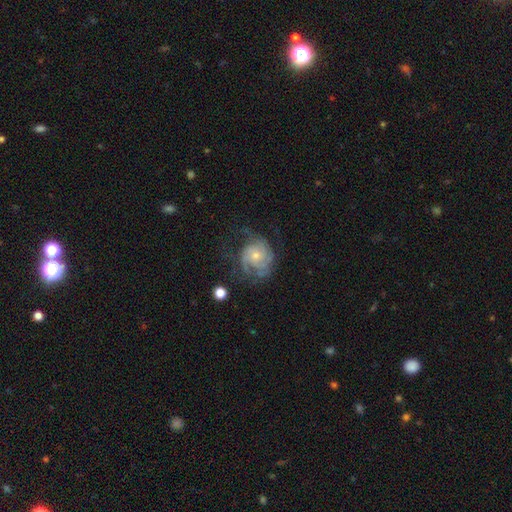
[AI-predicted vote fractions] Smooth or featured? featured or disk (73%)
Edge-on disk? no (98%)
Bar? no (77%)
Spiral arms? yes (88%)
Spiral winding? tight (48%)
Spiral arm count? can't tell (37%)
Bulge size? small (61%)
Merging? none (49%)